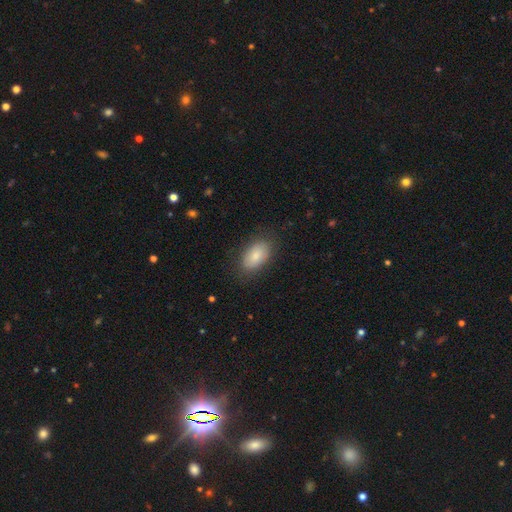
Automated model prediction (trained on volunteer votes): smooth-or-featured: smooth: 84% | featured or disk: 9% | star or artifact: 7%
  how-rounded: in between: 93% | round: 5% | cigar-shaped: 2%
  merging: none: 82% | minor disturbance: 13% | major disturbance: 4% | merger: 1%